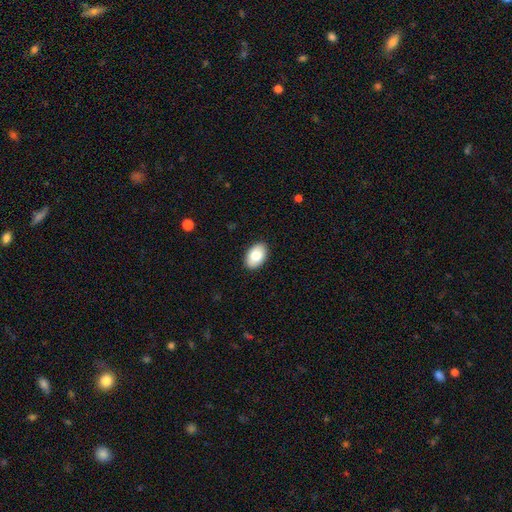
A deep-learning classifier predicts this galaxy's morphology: A smooth galaxy with no disk features (82%) that is in between round and cigar-shaped (91%).

Vote fractions:
- Smooth or featured? smooth: 82% / featured or disk: 11% / star or artifact: 7%
- How rounded? in between: 91% / round: 8% / cigar-shaped: 1%
- Merging? none: 90% / minor disturbance: 7% / major disturbance: 2% / merger: 1%